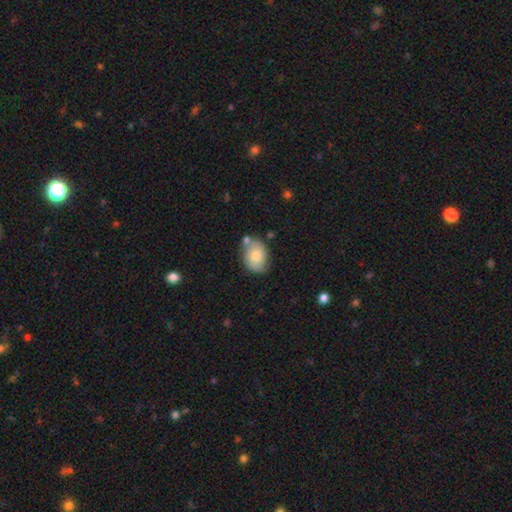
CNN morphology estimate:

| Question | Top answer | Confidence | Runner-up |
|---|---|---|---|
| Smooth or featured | smooth | 70% | featured or disk (23%) |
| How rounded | in between | 69% | round (29%) |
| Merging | none | 61% | minor disturbance (22%) |